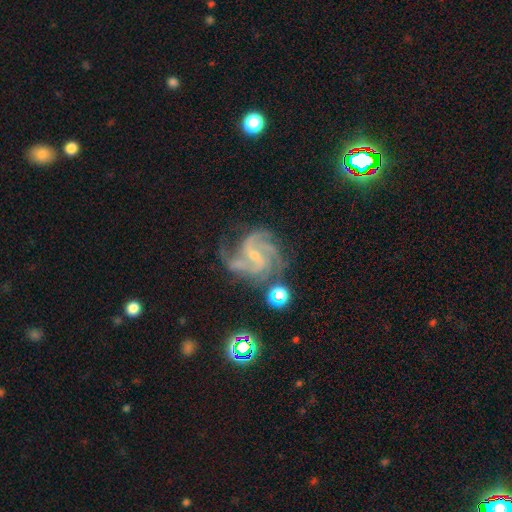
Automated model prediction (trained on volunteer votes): A featured or disk galaxy (90%) with a weak bar (45%), 3 (41%) medium (51%) spiral arms (98%) and a small central bulge (71%). Merging: none (62%).